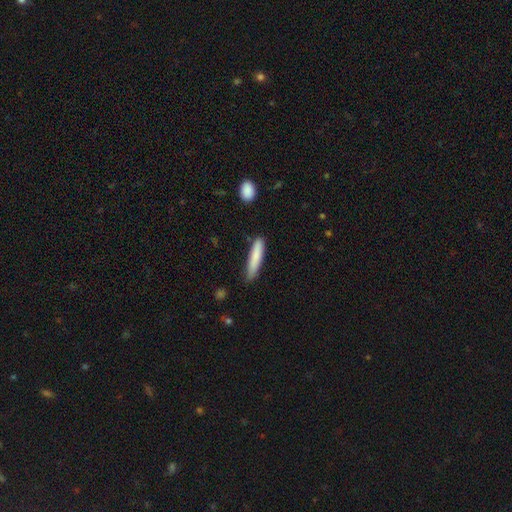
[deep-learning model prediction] smooth_or_featured: smooth (p=0.82) [alt: featured or disk p=0.12]
how_rounded: cigar-shaped (p=0.89) [alt: in between p=0.10]
merging: none (p=0.77) [alt: minor disturbance p=0.18]